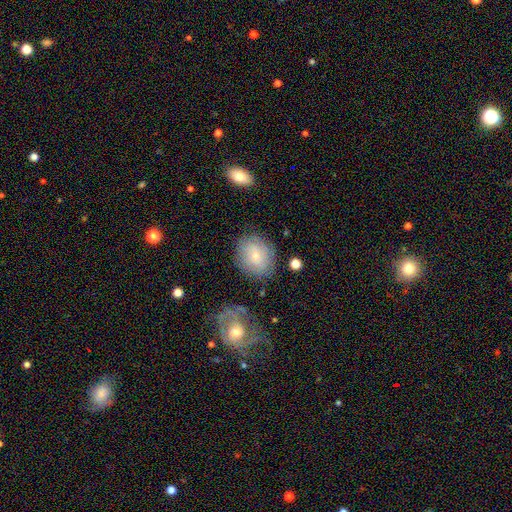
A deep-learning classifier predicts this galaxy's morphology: Smooth or featured? smooth (63%)
How rounded? round (56%)
Merging? none (75%)